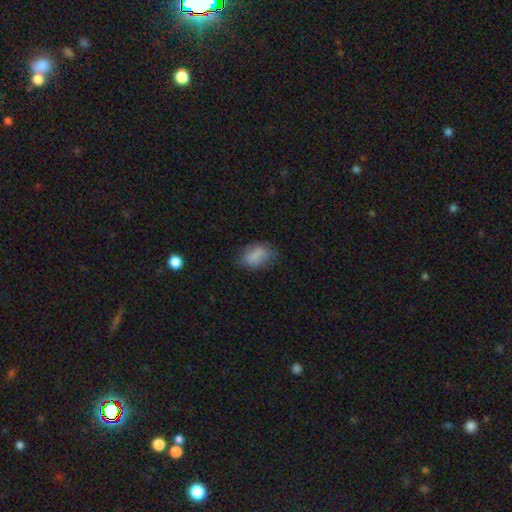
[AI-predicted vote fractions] smooth_or_featured: smooth (p=0.80) [alt: featured or disk p=0.11]
how_rounded: in between (p=0.85) [alt: round p=0.13]
merging: none (p=0.67) [alt: minor disturbance p=0.24]